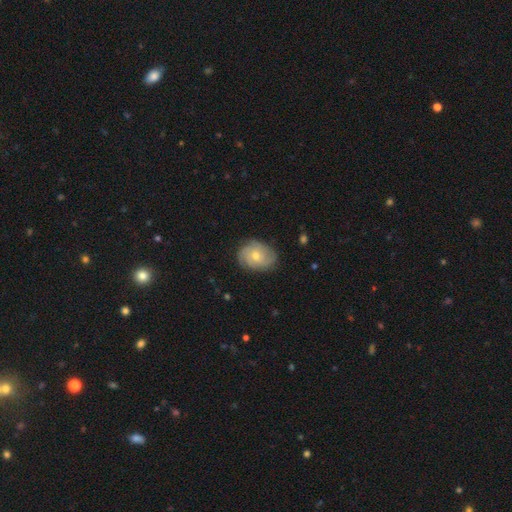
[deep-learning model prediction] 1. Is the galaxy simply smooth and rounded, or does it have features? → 67% featured or disk, 24% smooth, 8% star or artifact.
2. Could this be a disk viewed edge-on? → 97% no, 3% yes.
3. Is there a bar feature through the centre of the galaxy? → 78% no, 19% weak, 3% strong.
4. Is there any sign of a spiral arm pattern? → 91% yes, 9% no.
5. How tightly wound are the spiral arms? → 63% tight, 28% medium, 9% loose.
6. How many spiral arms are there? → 34% can't tell, 25% 3, 16% 2, 13% 4, 6% more than 4, 6% 1.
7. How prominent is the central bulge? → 52% moderate, 45% small, 2% large, 1% none, 1% dominant.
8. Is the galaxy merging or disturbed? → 80% none, 15% minor disturbance, 4% major disturbance, 1% merger.